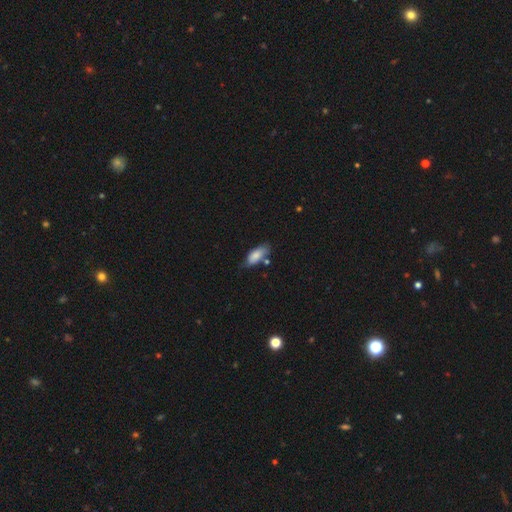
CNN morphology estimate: Q: Smooth or featured?
A: smooth (81%); runner-up: featured or disk (13%)
Q: How rounded?
A: in between (82%); runner-up: cigar-shaped (16%)
Q: Merging?
A: none (60%); runner-up: minor disturbance (28%)